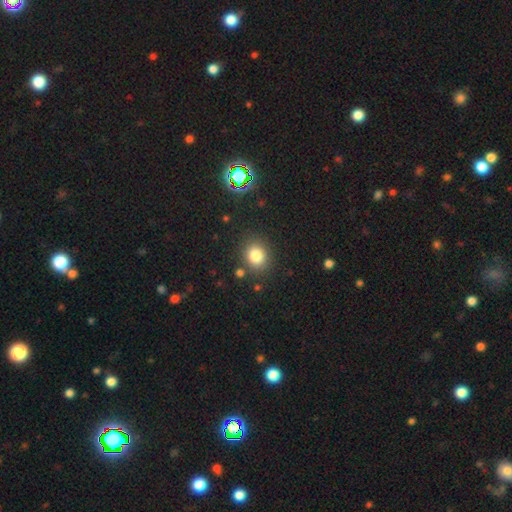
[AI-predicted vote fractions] A smooth galaxy with no disk features (81%) that is round (75%).

Vote fractions:
- Smooth or featured? smooth: 81% / star or artifact: 12% / featured or disk: 6%
- How rounded? round: 75% / in between: 24% / cigar-shaped: 1%
- Merging? none: 85% / minor disturbance: 9% / merger: 4% / major disturbance: 3%